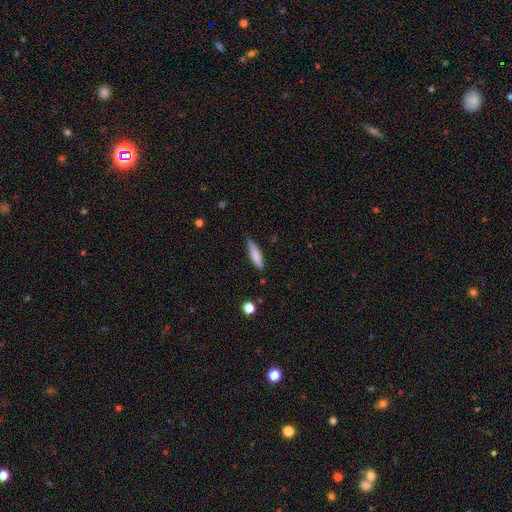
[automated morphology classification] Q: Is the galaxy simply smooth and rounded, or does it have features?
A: smooth — 77%.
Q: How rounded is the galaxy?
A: cigar-shaped — 80%.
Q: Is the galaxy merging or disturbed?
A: none — 80%.